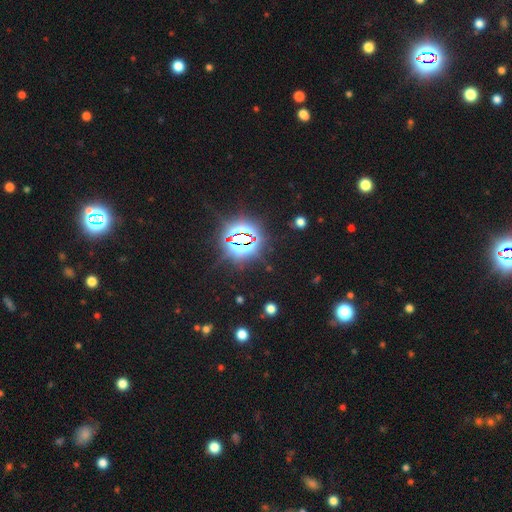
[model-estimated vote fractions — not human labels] This appears to be a star or artifact, not a galaxy (83%).